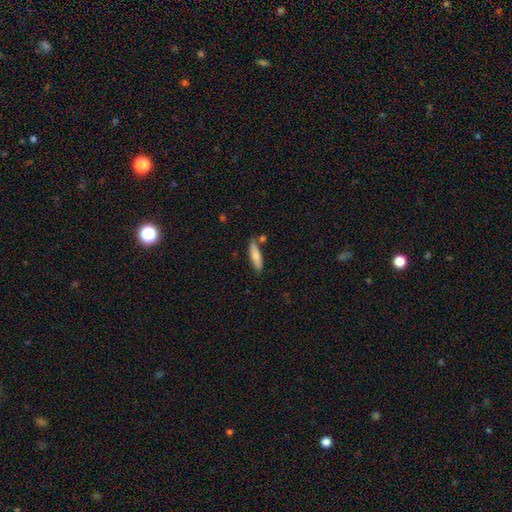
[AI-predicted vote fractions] smooth_or_featured: smooth (p=0.77) [alt: featured or disk p=0.17]
how_rounded: cigar-shaped (p=0.71) [alt: in between p=0.27]
merging: none (p=0.75) [alt: minor disturbance p=0.13]